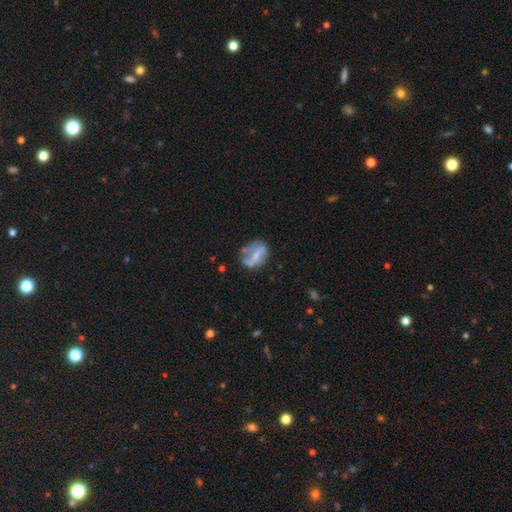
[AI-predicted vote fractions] Smooth or featured: featured or disk — 56% (smooth — 36%)
Edge-on disk: no — 93% (yes — 7%)
Bar: strong — 42% (weak — 32%)
Spiral arms: no — 59% (yes — 41%)
Bulge size: small — 40% (none — 29%)
Merging: none — 51% (minor disturbance — 26%)